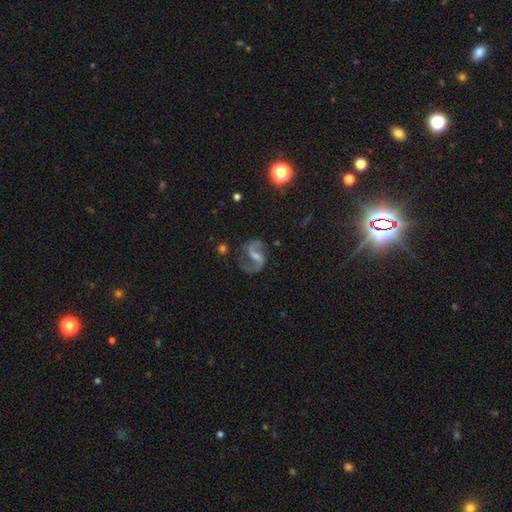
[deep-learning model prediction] smooth-or-featured: featured or disk: 88% | star or artifact: 7% | smooth: 5%
  disk-edge-on: no: 98% | yes: 2%
    bar: weak: 49% | strong: 27% | no: 23%
    has-spiral-arms: yes: 97% | no: 3%
      spiral-winding: medium: 49% | loose: 41% | tight: 10%
      spiral-arm-count: 2: 93% | 1: 2% | can't tell: 2% | 3: 1% | 4: 1% | more than 4: 1%
    bulge-size: small: 51% | moderate: 33% | none: 12% | large: 3% | dominant: 1%
  merging: none: 75% | minor disturbance: 14% | major disturbance: 9% | merger: 3%